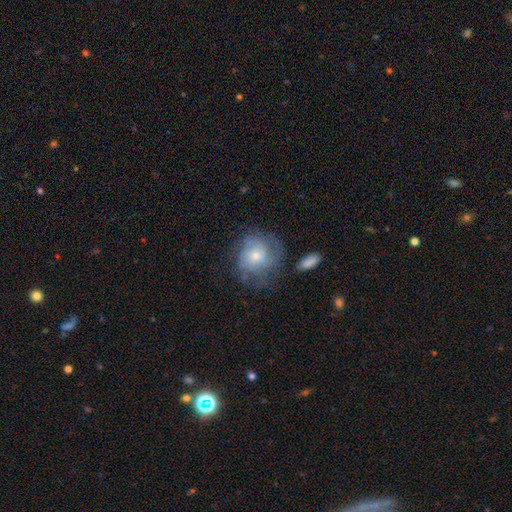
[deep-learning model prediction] Morphology: type=featured or disk (53%); edge-on=no (97%); bar=no (80%); spiral arms=yes (74%); bulge=small (56%); merging=none (61%).